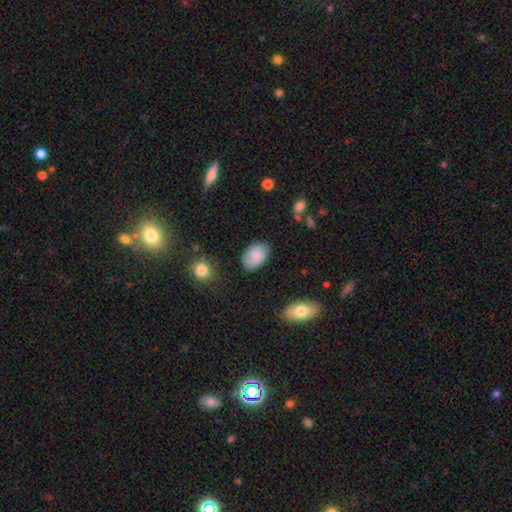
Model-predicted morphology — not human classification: type=smooth (85%); roundness=in between (89%); merging=none (80%).